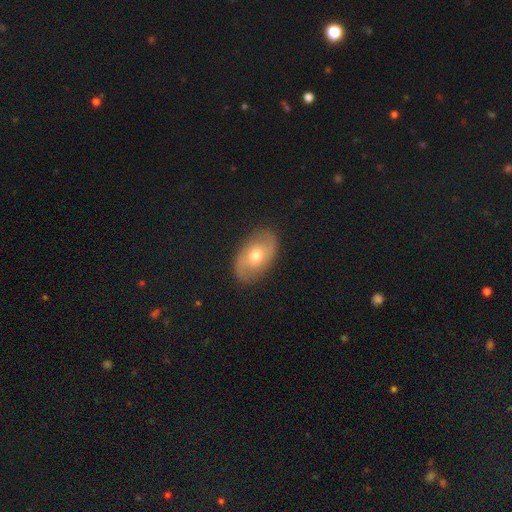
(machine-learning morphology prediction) This is possibly a featured or disk galaxy (57%). It is clearly not viewed edge-on (93%). Bar: likely no (64%). Spiral arm pattern: likely yes (71%). Central bulge: likely moderate (70%). Merging: clearly none (85%).